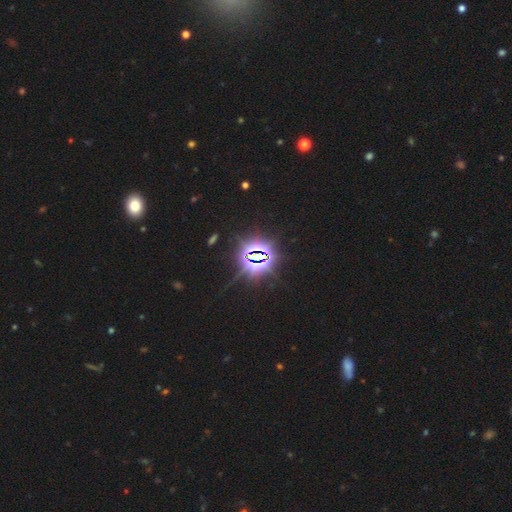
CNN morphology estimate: The model was most divided on "smooth or featured": star or artifact: 83%, smooth: 9%, featured or disk: 8%.